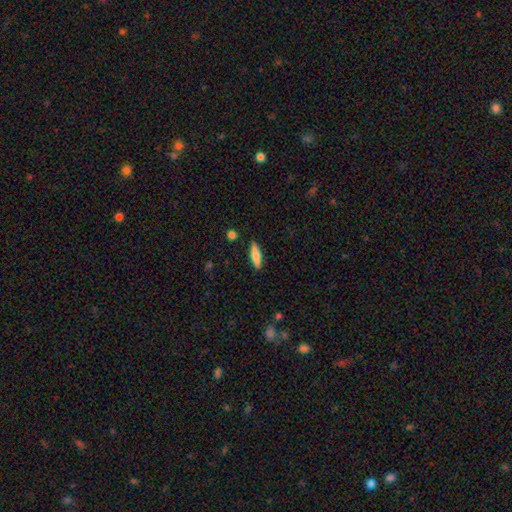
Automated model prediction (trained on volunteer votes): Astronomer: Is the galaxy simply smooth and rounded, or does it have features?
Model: smooth — 71%.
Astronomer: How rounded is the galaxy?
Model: cigar-shaped — 67%.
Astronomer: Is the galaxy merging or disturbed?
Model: none — 87%.